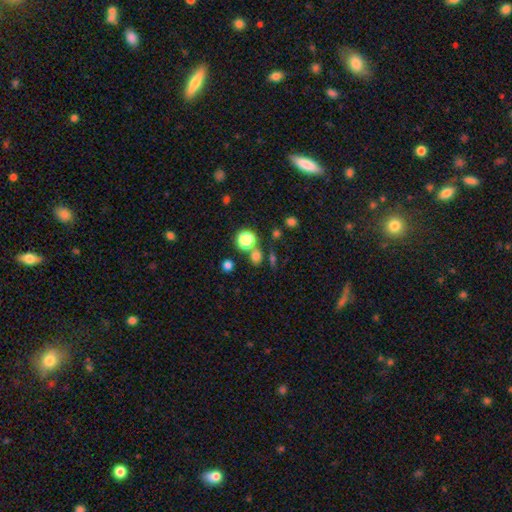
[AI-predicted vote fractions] smooth 68%, star or artifact 24%, featured or disk 8%. Down the decision tree: how rounded — round (76%); merging — none (67%).